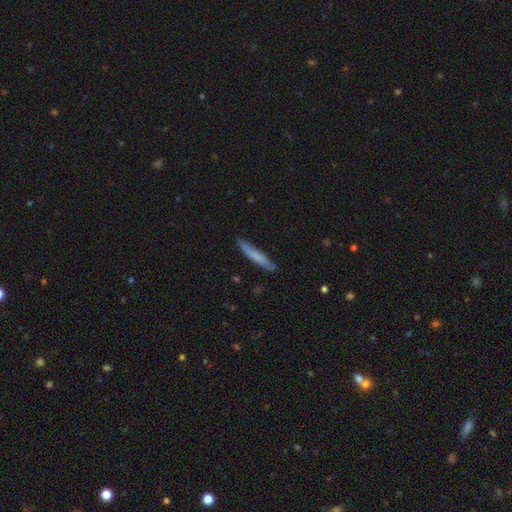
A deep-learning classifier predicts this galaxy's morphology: This appears to be a smooth galaxy with no disk features (70%) that is cigar-shaped (94%). Merging: none (84%).